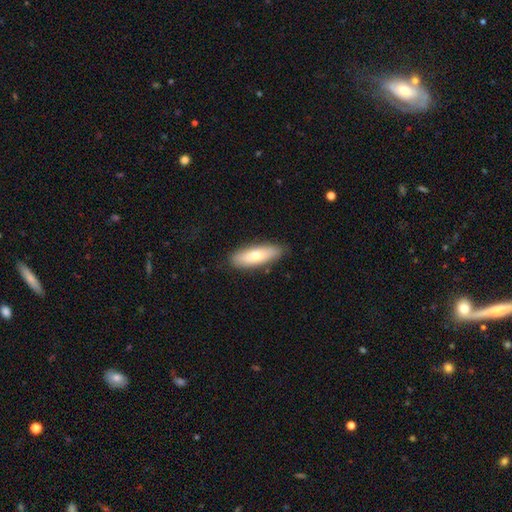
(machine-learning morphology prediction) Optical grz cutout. It shows a smooth galaxy with no disk features (72%) that is in between round and cigar-shaped (59%). Merging: none (85%).